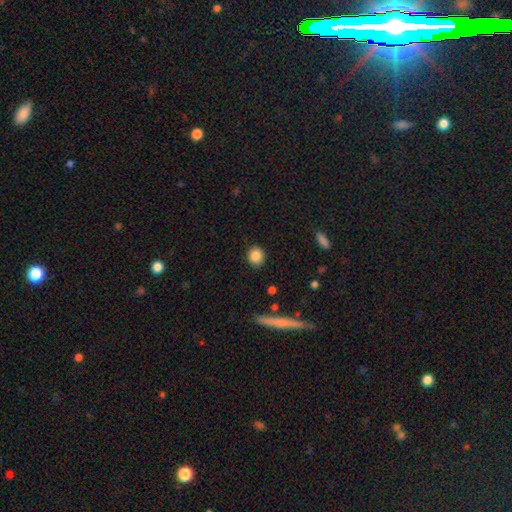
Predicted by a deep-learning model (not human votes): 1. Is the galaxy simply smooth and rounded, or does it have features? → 85% smooth, 9% star or artifact, 6% featured or disk.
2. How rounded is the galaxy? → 83% round, 16% in between, 2% cigar-shaped.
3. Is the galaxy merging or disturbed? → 89% none, 7% minor disturbance, 2% major disturbance, 1% merger.